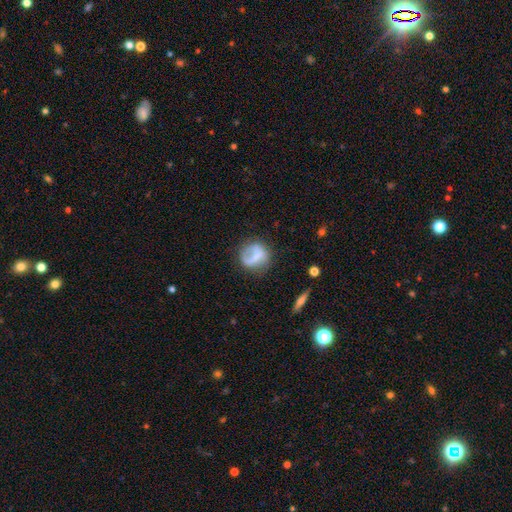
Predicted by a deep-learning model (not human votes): Smooth or featured: smooth — 60% (featured or disk — 32%)
How rounded: round — 79% (in between — 19%)
Merging: none — 57% (minor disturbance — 23%)